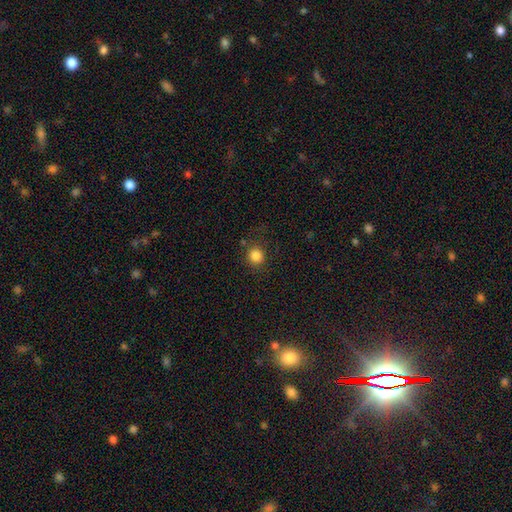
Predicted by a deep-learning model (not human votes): A smooth galaxy with no disk features (84%) that is round (88%). Merging: none (83%).